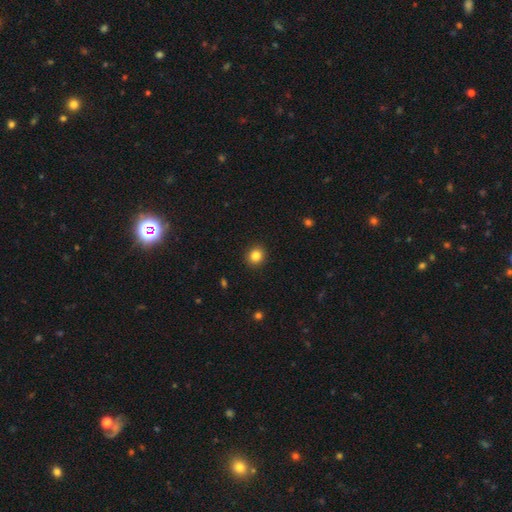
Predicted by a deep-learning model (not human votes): smooth_or_featured: smooth (p=0.84) [alt: star or artifact p=0.11]
how_rounded: round (p=0.84) [alt: in between p=0.15]
merging: none (p=0.91) [alt: minor disturbance p=0.06]